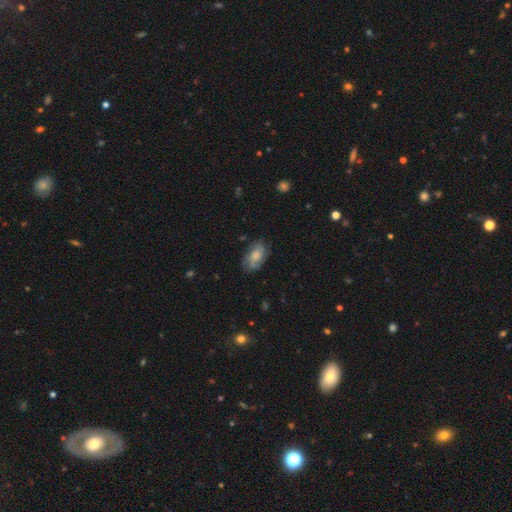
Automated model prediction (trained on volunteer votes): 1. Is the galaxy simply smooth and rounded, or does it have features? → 57% smooth, 35% featured or disk, 8% star or artifact.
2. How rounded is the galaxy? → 91% in between, 6% round, 3% cigar-shaped.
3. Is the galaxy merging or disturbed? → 70% none, 22% minor disturbance, 7% major disturbance, 1% merger.